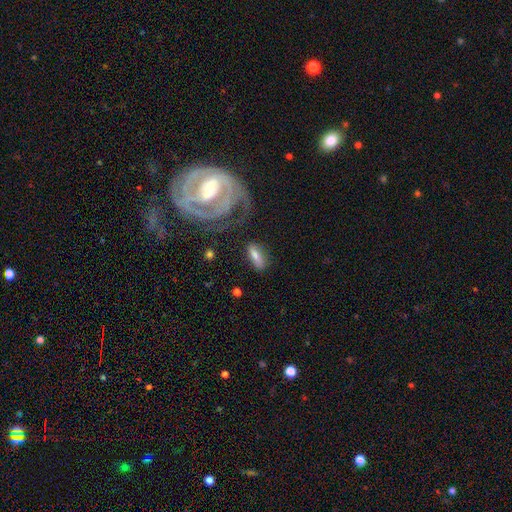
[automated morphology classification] This appears to be a smooth galaxy with no disk features (66%) that is in between round and cigar-shaped (56%). Merging: none (71%).